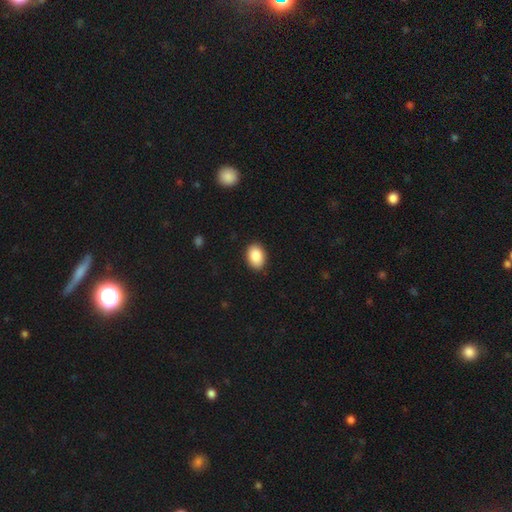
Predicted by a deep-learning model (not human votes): A smooth galaxy with no disk features (88%) that is in between round and cigar-shaped (81%).

Vote fractions:
- Smooth or featured? smooth: 88% / star or artifact: 7% / featured or disk: 5%
- How rounded? in between: 81% / round: 18% / cigar-shaped: 1%
- Merging? none: 89% / minor disturbance: 8% / major disturbance: 2% / merger: 1%